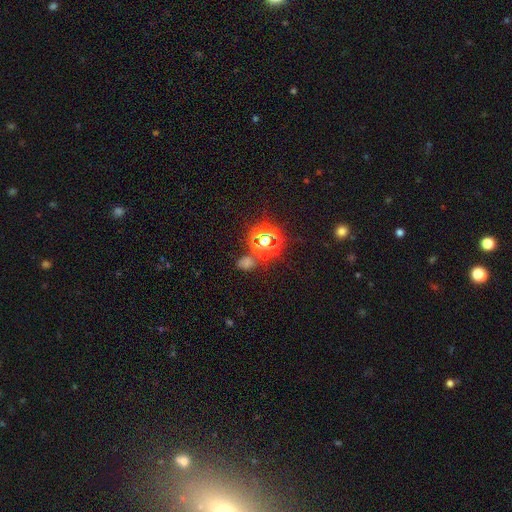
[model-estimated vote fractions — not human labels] Overall: star or artifact (60%; smooth 31%).